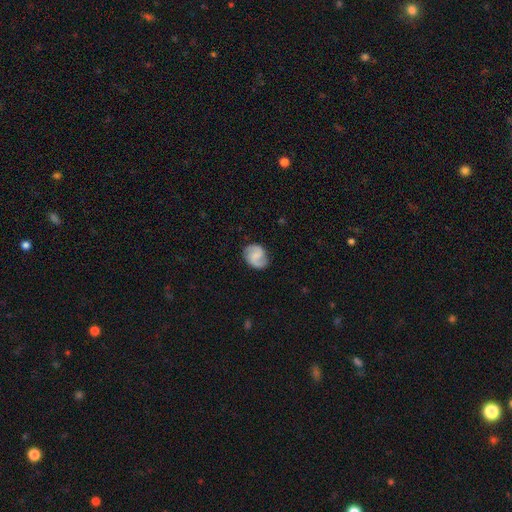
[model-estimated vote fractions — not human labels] Q: Smooth or featured?
A: featured or disk (72%); runner-up: smooth (21%)
Q: Edge-on disk?
A: no (98%); runner-up: yes (2%)
Q: Bar?
A: weak (49%); runner-up: no (36%)
Q: Spiral arms?
A: yes (96%); runner-up: no (4%)
Q: Spiral winding?
A: medium (49%); runner-up: loose (28%)
Q: Spiral arm count?
A: 2 (91%); runner-up: can't tell (4%)
Q: Bulge size?
A: none (46%); runner-up: small (29%)
Q: Merging?
A: none (82%); runner-up: minor disturbance (13%)